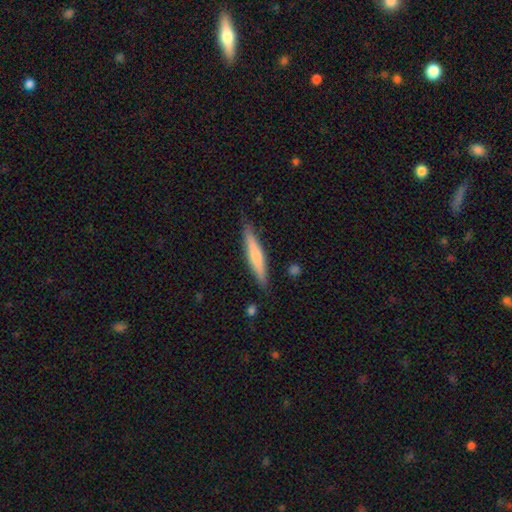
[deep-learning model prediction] Morphology: type=smooth (58%); roundness=cigar-shaped (93%); merging=none (87%).